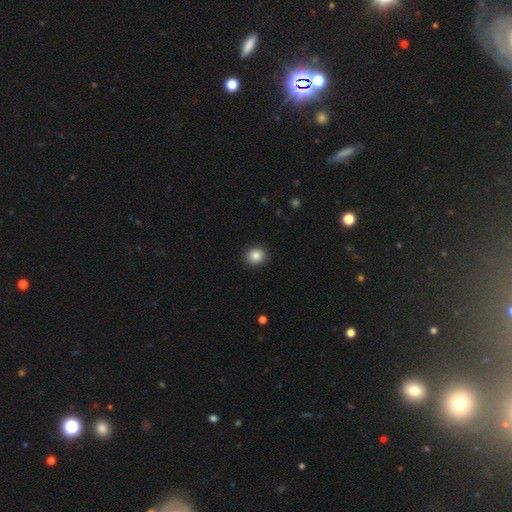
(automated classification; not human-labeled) smooth-or-featured: smooth: 87% | star or artifact: 10% | featured or disk: 4%
  how-rounded: round: 81% | in between: 18% | cigar-shaped: 1%
  merging: none: 92% | minor disturbance: 6% | major disturbance: 2% | merger: 1%